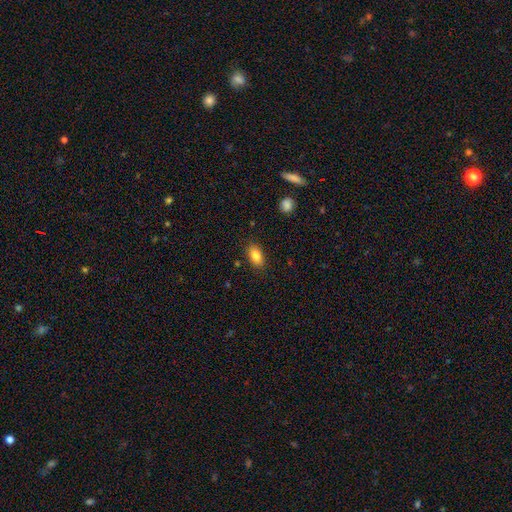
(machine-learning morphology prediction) This is clearly a smooth galaxy (84%). How rounded: clearly in between (90%). Merging: clearly none (86%).